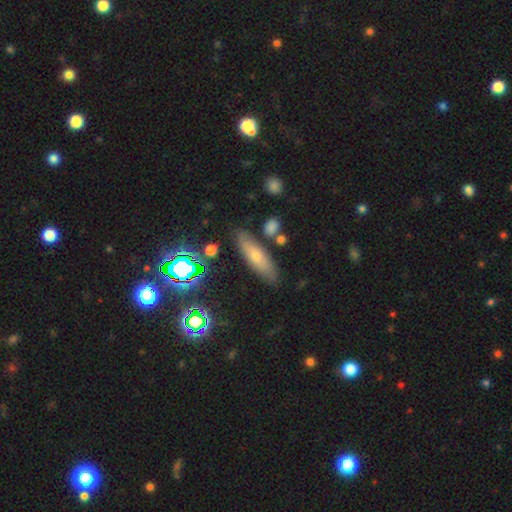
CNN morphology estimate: This is likely a smooth galaxy (61%). How rounded: possibly cigar-shaped (54%). Merging: clearly none (80%).